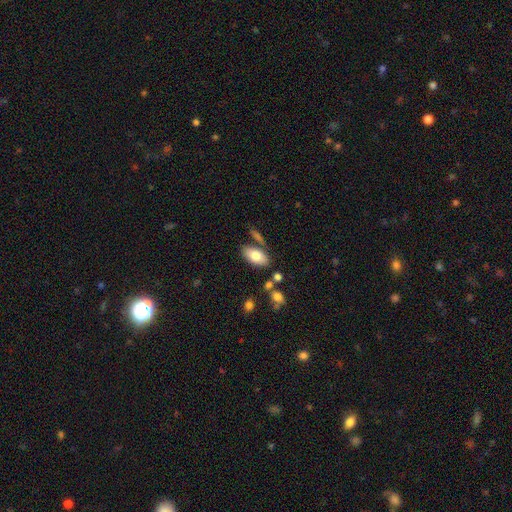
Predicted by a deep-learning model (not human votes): Smooth or featured?
  - smooth: 77% *
  - featured or disk: 16%
  - star or artifact: 7%
How rounded?
  - in between: 93% *
  - cigar-shaped: 3%
  - round: 3%
Merging?
  - none: 73% *
  - minor disturbance: 14%
  - merger: 10%
  - major disturbance: 4%